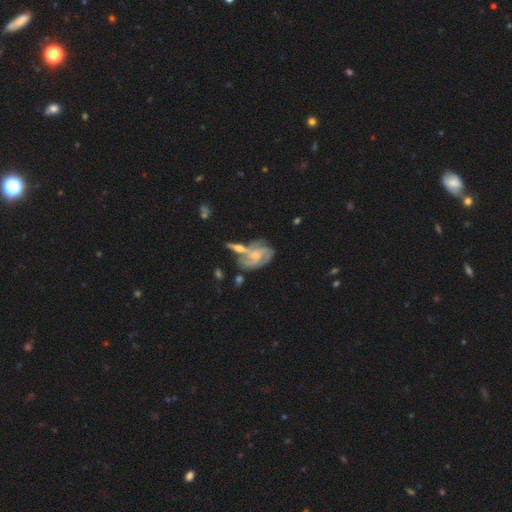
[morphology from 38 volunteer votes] A featured or disk galaxy (92%) with no bar (66%), 3 (75%) tight (53%) spiral arms (100%) and a small central bulge (59%). Merging: none (54%).